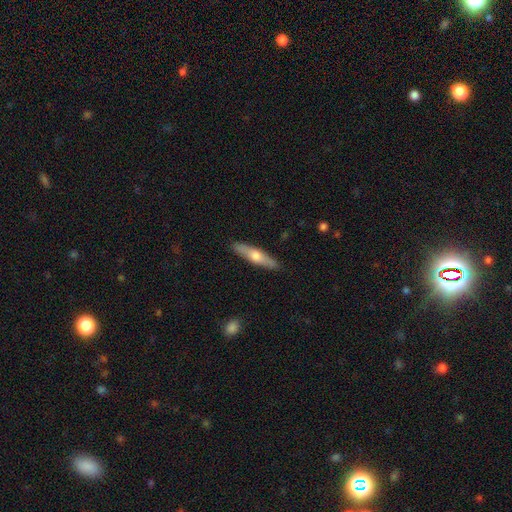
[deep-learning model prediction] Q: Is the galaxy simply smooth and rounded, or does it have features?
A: smooth — 49%.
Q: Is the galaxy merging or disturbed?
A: none — 90%.